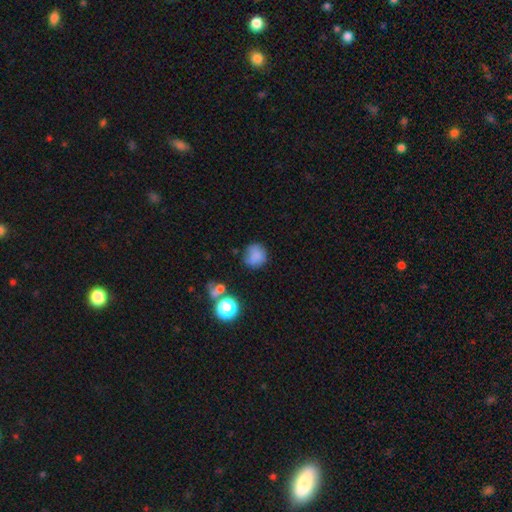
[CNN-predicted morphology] A smooth galaxy with no disk features (78%) that is round (86%).

Vote fractions:
- Smooth or featured? smooth: 78% / star or artifact: 12% / featured or disk: 10%
- How rounded? round: 86% / in between: 13% / cigar-shaped: 1%
- Merging? none: 66% / minor disturbance: 21% / major disturbance: 8% / merger: 5%